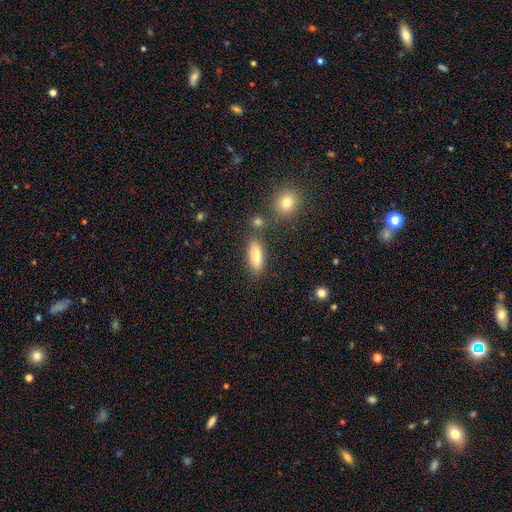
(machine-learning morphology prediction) Smooth or featured? Predicted: smooth (p=0.78). How rounded? Predicted: in between (p=0.67). Merging? Predicted: none (p=0.78).